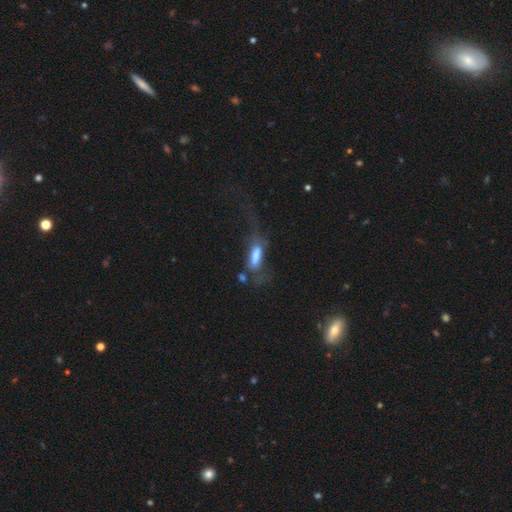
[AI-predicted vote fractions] The model was most divided on "how rounded": cigar-shaped: 50%, in between: 47%, round: 3%. Remaining: smooth or featured — smooth (68%); merging — major disturbance (41%).